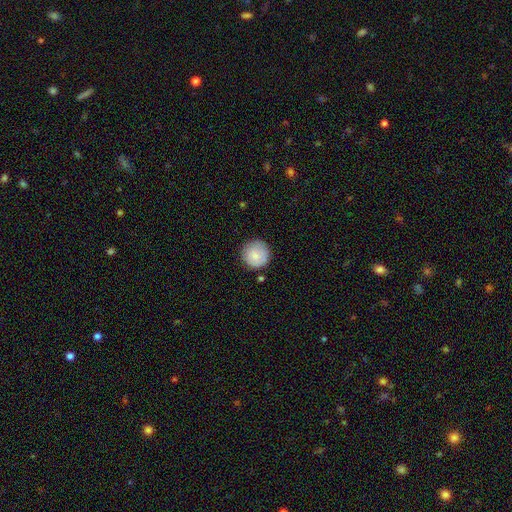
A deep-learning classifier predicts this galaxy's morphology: Q: Smooth or featured?
A: smooth (84%); runner-up: featured or disk (10%)
Q: How rounded?
A: round (96%); runner-up: in between (3%)
Q: Merging?
A: none (85%); runner-up: minor disturbance (11%)